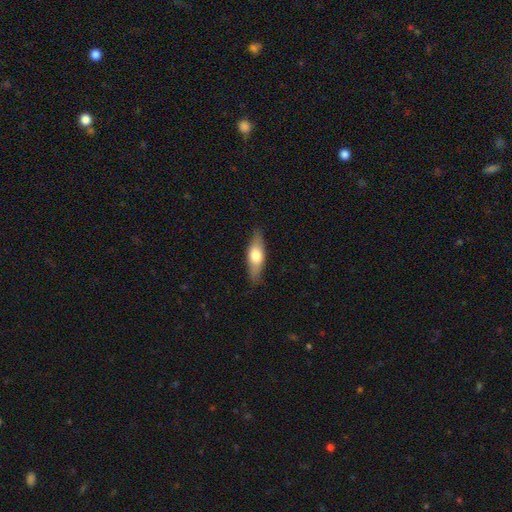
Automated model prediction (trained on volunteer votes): smooth 58%, featured or disk 36%, star or artifact 6%. Down the decision tree: how rounded — in between (55%); merging — none (85%).